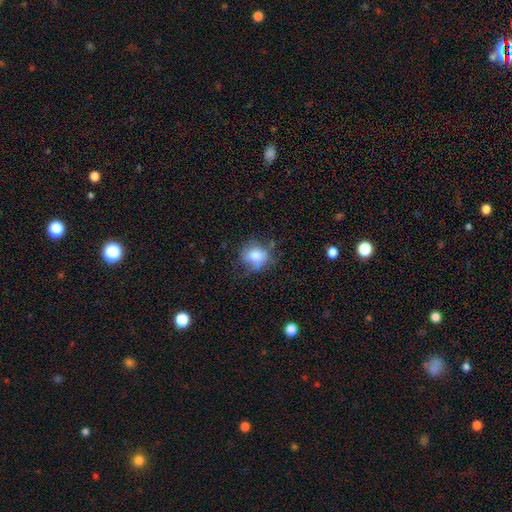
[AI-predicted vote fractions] Overall: smooth (76%). How rounded: round (67%; in between 32%). Merging: none (53%; minor disturbance 29%).